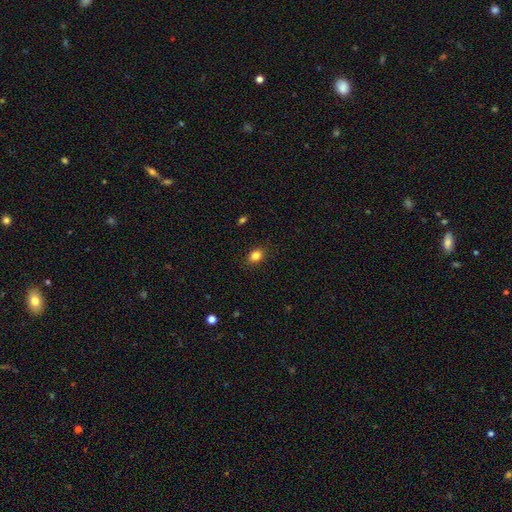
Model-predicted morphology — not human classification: type=smooth (84%); roundness=in between (61%); merging=none (88%).